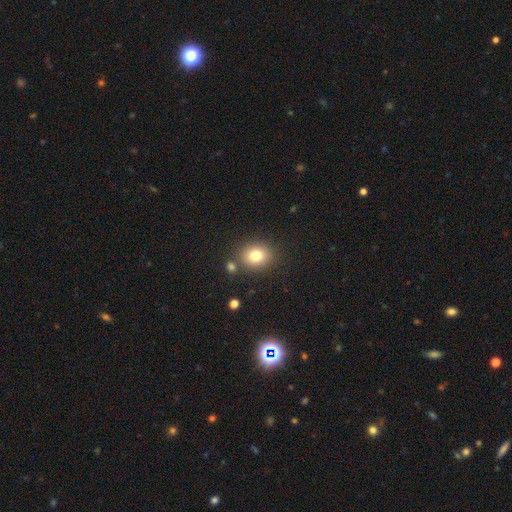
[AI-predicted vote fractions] The model was most divided on "how rounded": round: 62%, in between: 37%, cigar-shaped: 1%. More confident: smooth or featured — smooth (80%); merging — none (79%).